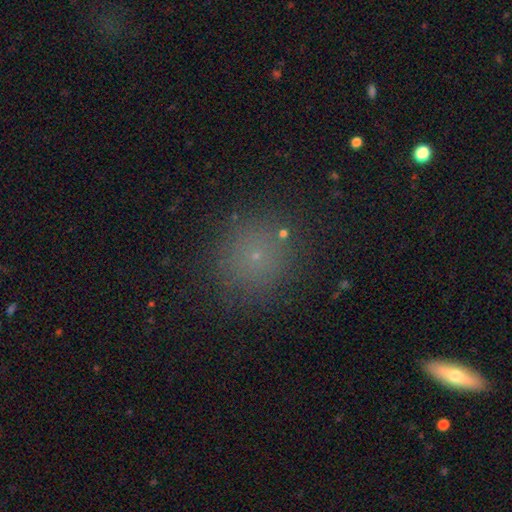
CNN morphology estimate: Smooth or featured: smooth — 68% (star or artifact — 23%)
How rounded: round — 93% (in between — 6%)
Merging: none — 87% (minor disturbance — 8%)